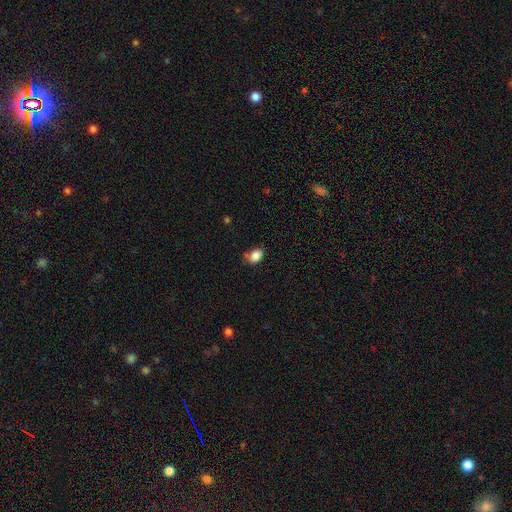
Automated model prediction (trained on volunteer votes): smooth 85%, star or artifact 9%, featured or disk 6%. Down the decision tree: how rounded — in between (82%); merging — none (62%).